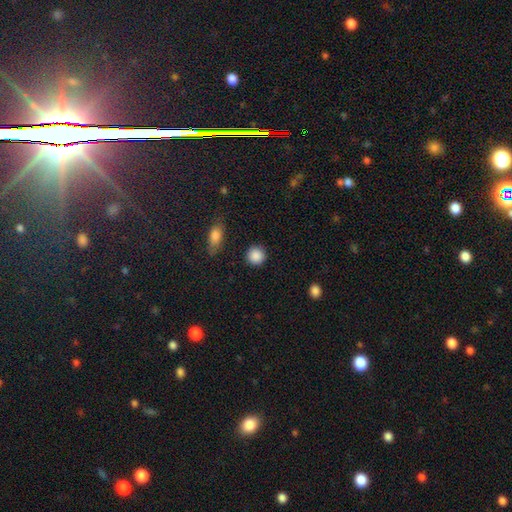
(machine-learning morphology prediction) This appears to be a smooth galaxy with no disk features (89%) that is round (92%). Merging: none (90%).